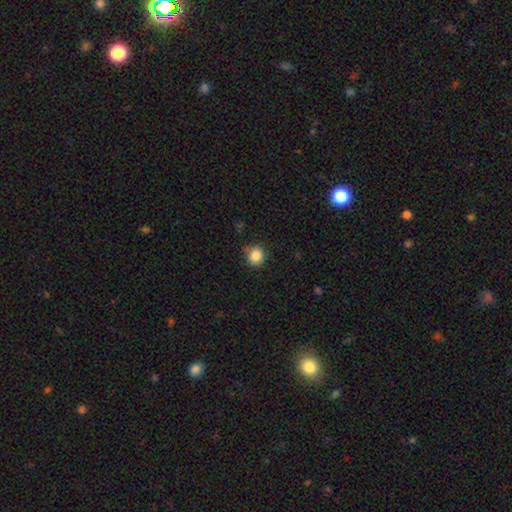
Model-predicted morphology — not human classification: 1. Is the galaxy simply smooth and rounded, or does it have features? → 85% smooth, 10% star or artifact, 4% featured or disk.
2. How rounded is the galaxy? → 87% round, 12% in between, 1% cigar-shaped.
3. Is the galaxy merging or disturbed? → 80% none, 14% minor disturbance, 3% major disturbance, 3% merger.